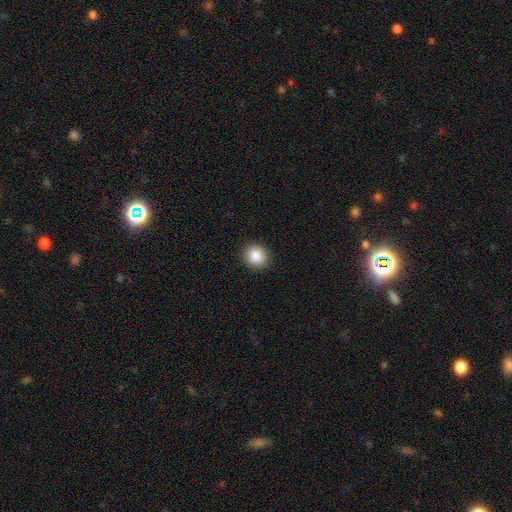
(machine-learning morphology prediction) Smooth or featured? smooth (86%)
How rounded? round (87%)
Merging? none (92%)